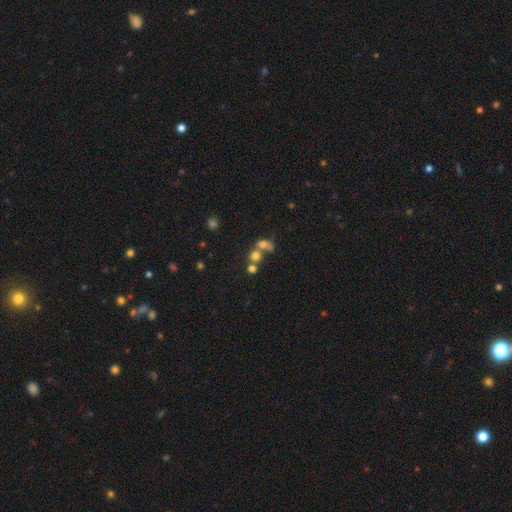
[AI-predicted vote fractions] smooth-or-featured: smooth: 67% | star or artifact: 18% | featured or disk: 15%
  how-rounded: round: 74% | in between: 25% | cigar-shaped: 2%
  merging: merger: 51% | none: 36% | minor disturbance: 8% | major disturbance: 6%